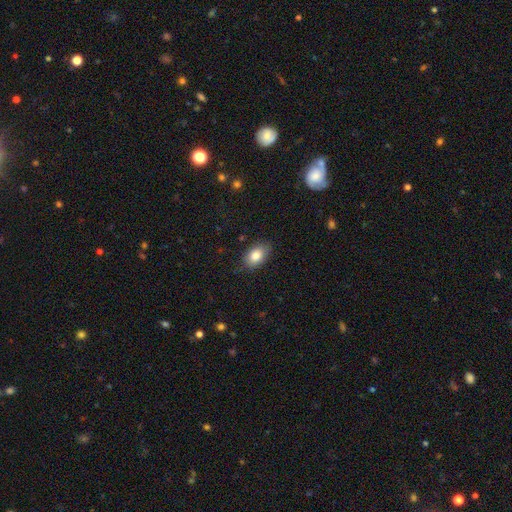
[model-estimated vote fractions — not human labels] Q: Smooth or featured?
A: smooth (84%); runner-up: featured or disk (9%)
Q: How rounded?
A: in between (88%); runner-up: round (11%)
Q: Merging?
A: none (81%); runner-up: minor disturbance (15%)